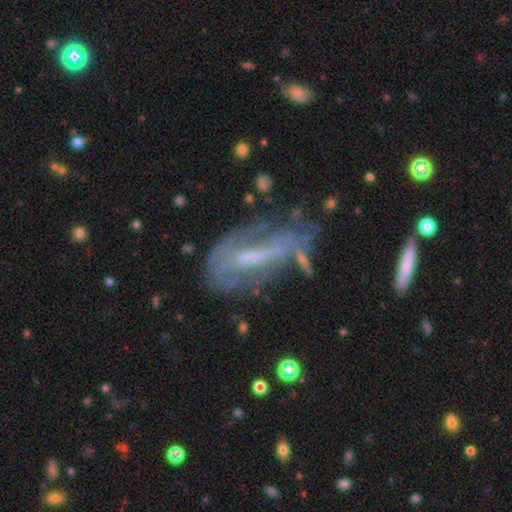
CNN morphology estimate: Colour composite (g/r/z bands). It shows a featured or disk galaxy (66%) with a weak bar (40%), spiral arms (55%) and a small central bulge (37%). Merging: none (45%).